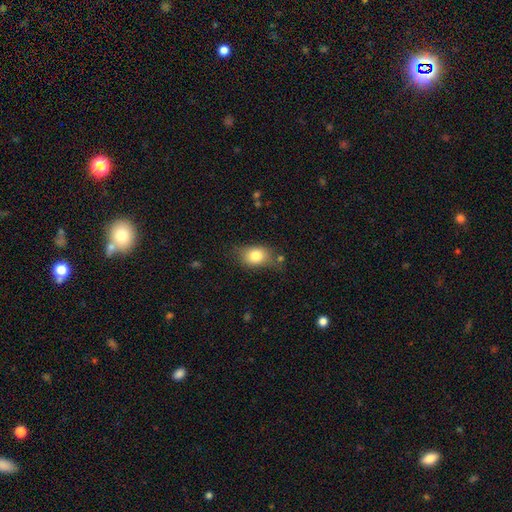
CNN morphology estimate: A smooth galaxy with no disk features (80%) that is in between round and cigar-shaped (69%). Merging: none (64%).